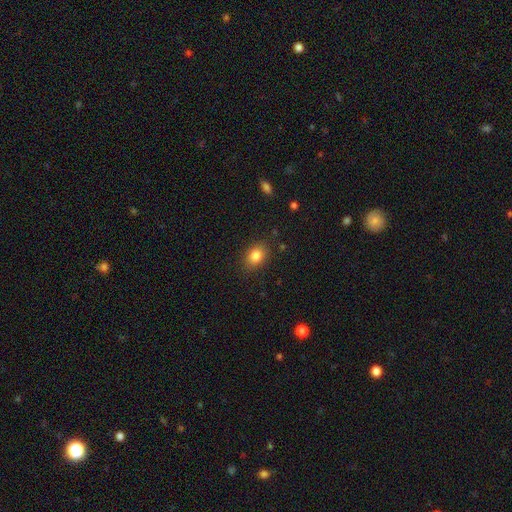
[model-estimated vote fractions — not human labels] smooth-or-featured: smooth: 83% | star or artifact: 10% | featured or disk: 7%
  how-rounded: in between: 71% | round: 27% | cigar-shaped: 1%
  merging: none: 85% | minor disturbance: 11% | major disturbance: 3% | merger: 1%